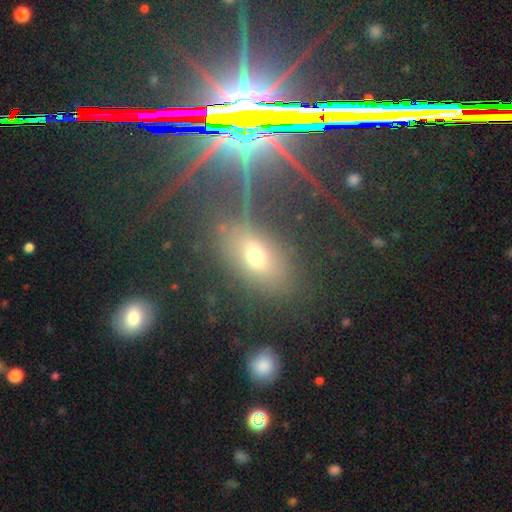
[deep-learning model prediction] Q: Smooth or featured?
A: smooth (51%); runner-up: star or artifact (31%)
Q: How rounded?
A: in between (82%); runner-up: round (13%)
Q: Merging?
A: none (76%); runner-up: minor disturbance (12%)